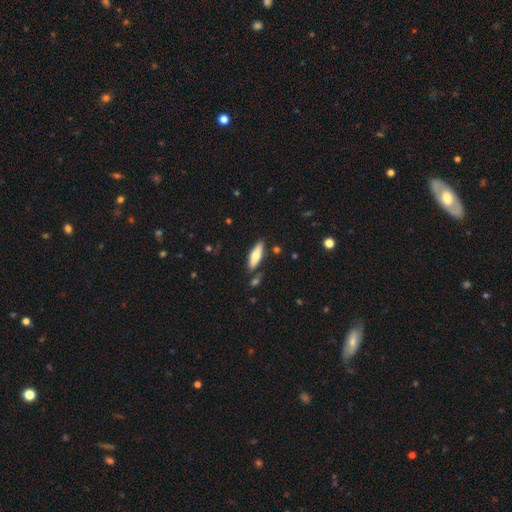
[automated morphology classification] smooth-or-featured: smooth: 67% | featured or disk: 27% | star or artifact: 6%
  how-rounded: in between: 49% (tied) | cigar-shaped: 49% (tied) | round: 2%
  merging: none: 80% | minor disturbance: 12% | merger: 5% | major disturbance: 3%